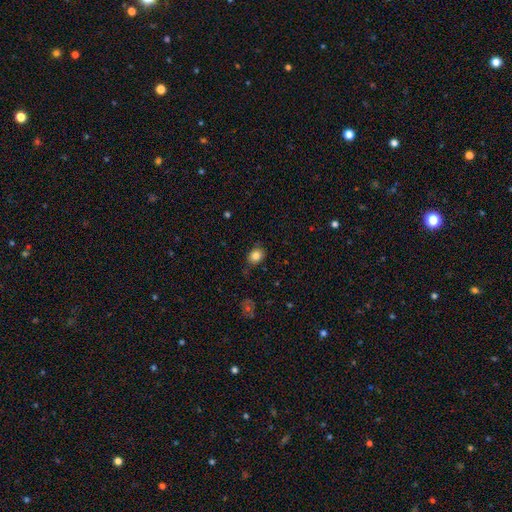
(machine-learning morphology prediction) Smooth or featured? smooth (84%)
How rounded? round (56%)
Merging? none (77%)